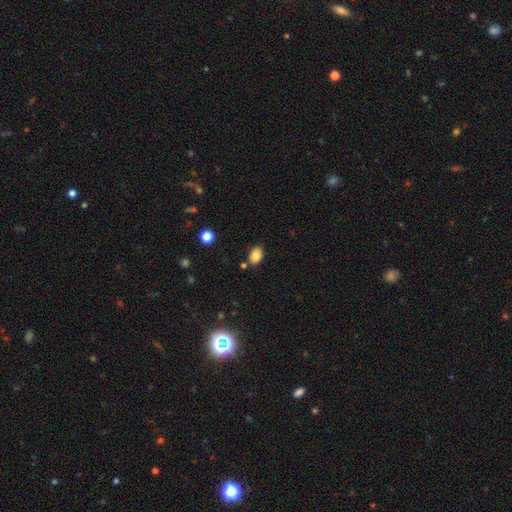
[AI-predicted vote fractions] Smooth or featured: smooth — 83% (star or artifact — 9%)
How rounded: in between — 82% (round — 17%)
Merging: none — 79% (minor disturbance — 13%)